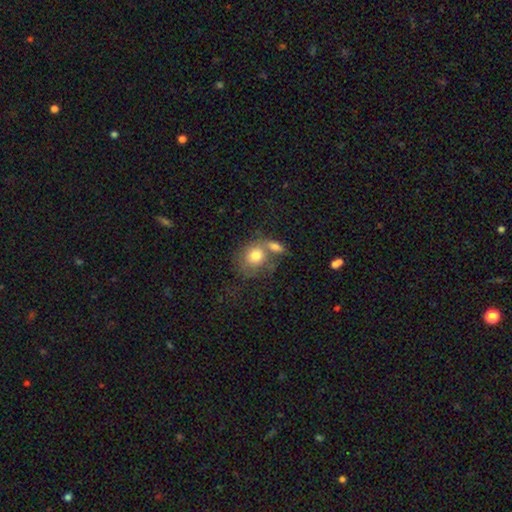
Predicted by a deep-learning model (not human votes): This appears to be a smooth galaxy with no disk features (76%) that is round (66%). Merging: merger (43%).